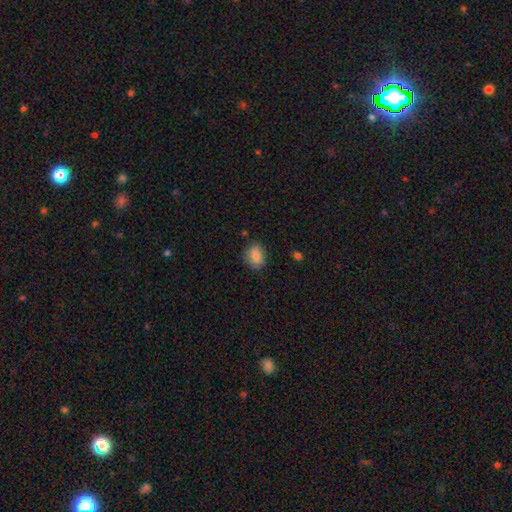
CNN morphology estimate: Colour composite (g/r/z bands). It shows a smooth galaxy with no disk features (82%) that is in between round and cigar-shaped (50%). Merging: none (82%).